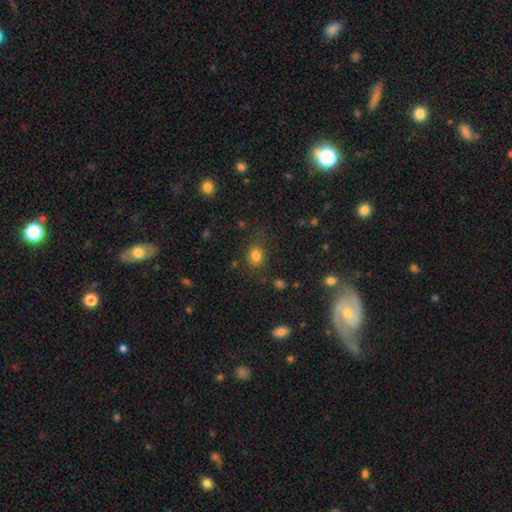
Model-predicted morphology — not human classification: Smooth or featured?
  - smooth: 80% *
  - star or artifact: 14%
  - featured or disk: 6%
How rounded?
  - round: 57% *
  - in between: 41%
  - cigar-shaped: 1%
Merging?
  - none: 76% *
  - minor disturbance: 15%
  - major disturbance: 6%
  - merger: 3%